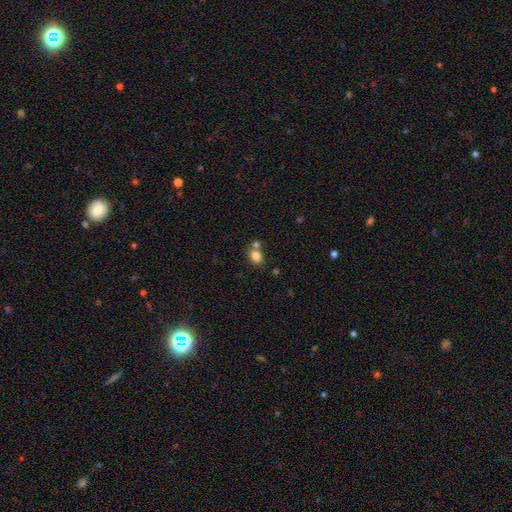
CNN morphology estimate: Smooth or featured?
  - smooth: 82% *
  - star or artifact: 11%
  - featured or disk: 7%
How rounded?
  - in between: 60% *
  - round: 39%
  - cigar-shaped: 1%
Merging?
  - none: 53% *
  - merger: 33%
  - minor disturbance: 11%
  - major disturbance: 4%